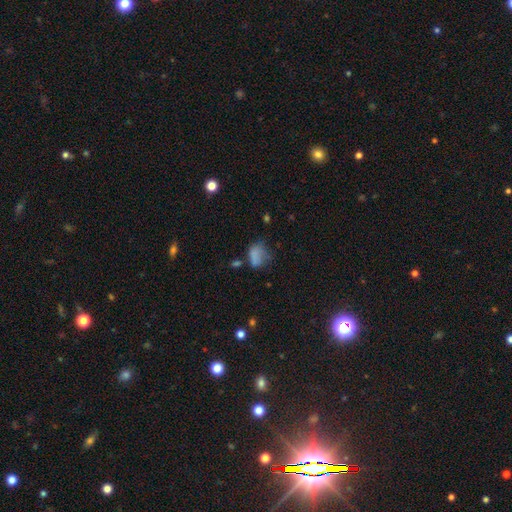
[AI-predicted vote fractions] A smooth galaxy with no disk features (71%) that is in between round and cigar-shaped (73%).

Vote fractions:
- Smooth or featured? smooth: 71% / featured or disk: 15% / star or artifact: 14%
- How rounded? in between: 73% / round: 25% / cigar-shaped: 2%
- Merging? none: 33% / major disturbance: 31% / minor disturbance: 30% / merger: 6%